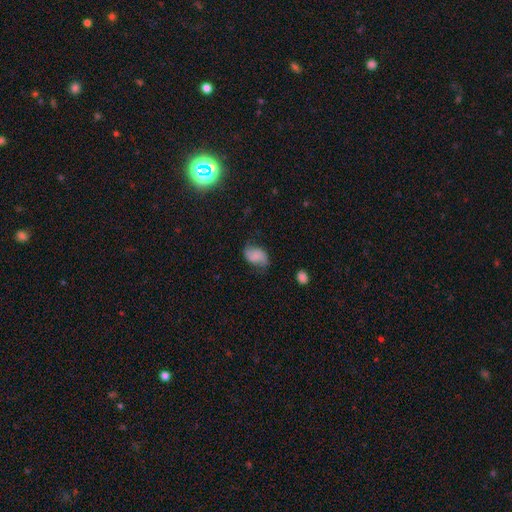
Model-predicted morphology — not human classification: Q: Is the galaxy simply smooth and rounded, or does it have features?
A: featured or disk — 46%.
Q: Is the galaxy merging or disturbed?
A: none — 61%.